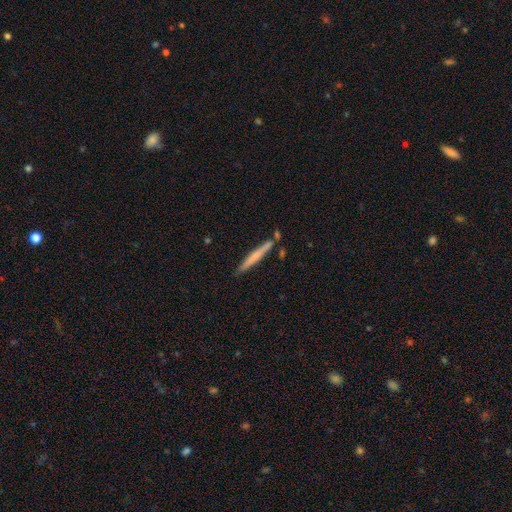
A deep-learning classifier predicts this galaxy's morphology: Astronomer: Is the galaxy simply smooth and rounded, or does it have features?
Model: smooth — 56% (runner-up: featured or disk, 38%).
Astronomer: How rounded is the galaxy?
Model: cigar-shaped — 96%.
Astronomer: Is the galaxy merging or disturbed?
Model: none — 82%.